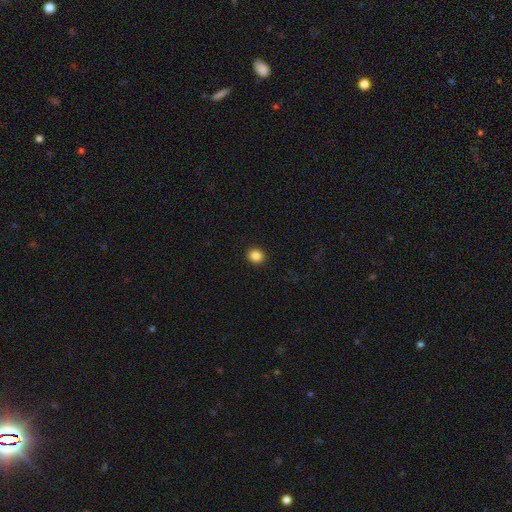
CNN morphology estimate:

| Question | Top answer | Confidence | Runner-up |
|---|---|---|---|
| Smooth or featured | smooth | 86% | star or artifact (10%) |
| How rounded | round | 77% | in between (22%) |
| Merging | none | 92% | minor disturbance (5%) |